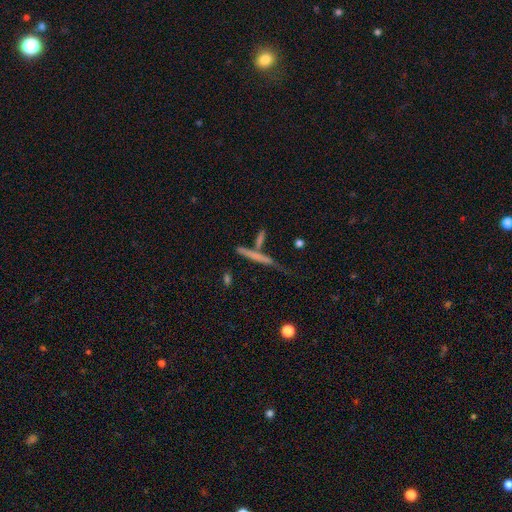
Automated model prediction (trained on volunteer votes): The model was most divided on "smooth or featured": smooth: 54%, featured or disk: 38%, star or artifact: 9%. More confident: how rounded — cigar-shaped (93%); merging — none (59%).